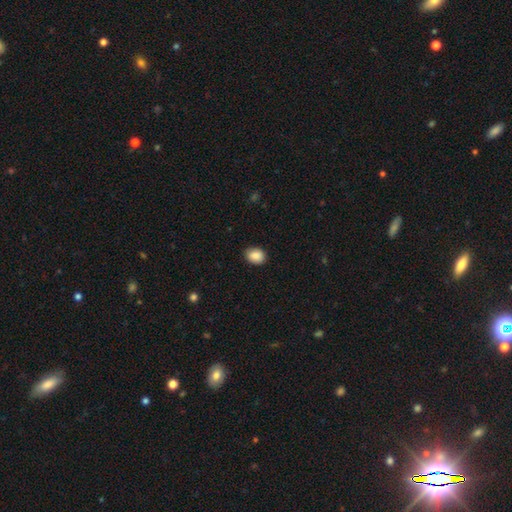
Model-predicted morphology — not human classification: A smooth galaxy with no disk features (88%) that is in between round and cigar-shaped (57%). Merging: none (88%).